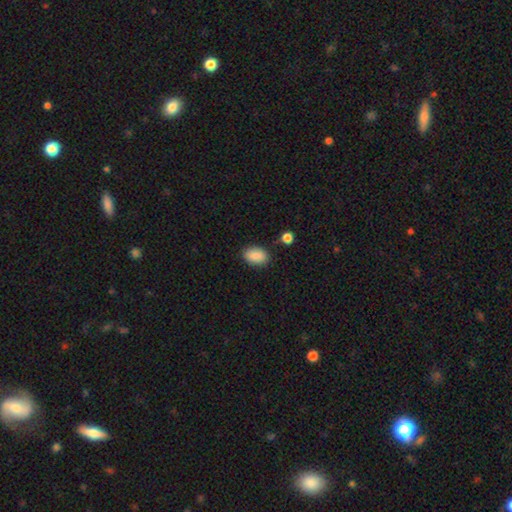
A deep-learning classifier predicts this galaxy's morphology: Overall: smooth (88%). How rounded: in between (88%). Merging: none (84%).